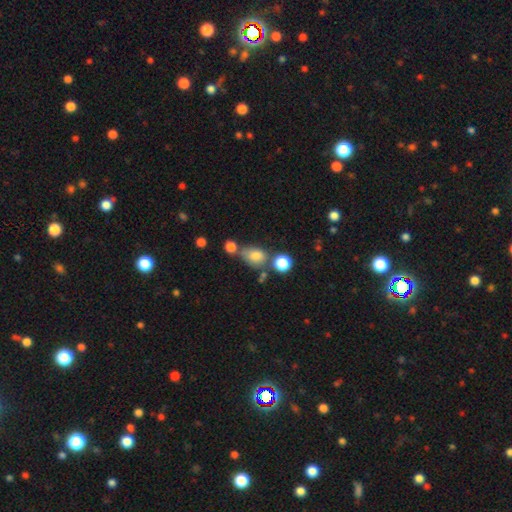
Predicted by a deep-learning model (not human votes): A smooth galaxy with no disk features (77%) that is in between round and cigar-shaped (68%).

Vote fractions:
- Smooth or featured? smooth: 77% / star or artifact: 12% / featured or disk: 11%
- How rounded? in between: 68% / round: 30% / cigar-shaped: 2%
- Merging? none: 50% / merger: 26% / minor disturbance: 18% / major disturbance: 7%